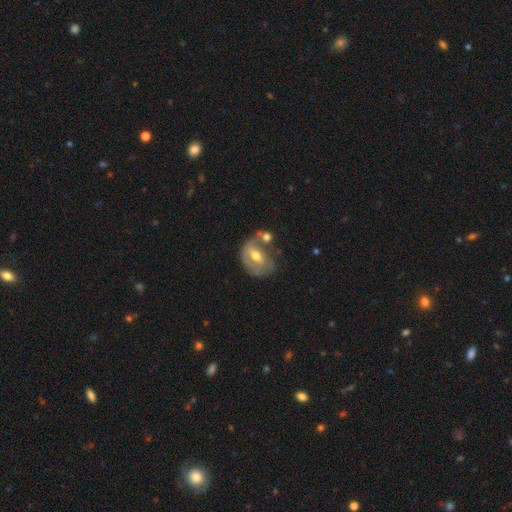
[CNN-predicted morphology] A featured or disk galaxy (61%) with a weak bar (44%), spiral arms (51%) and a moderate central bulge (75%). Merging: none (41%).